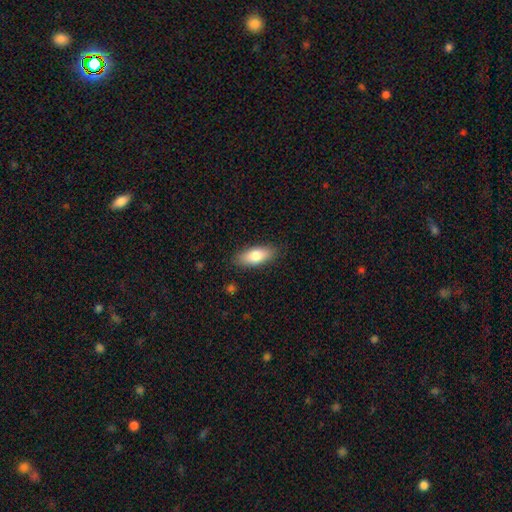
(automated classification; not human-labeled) A smooth galaxy with no disk features (79%) that is in between round and cigar-shaped (78%). Merging: none (87%).